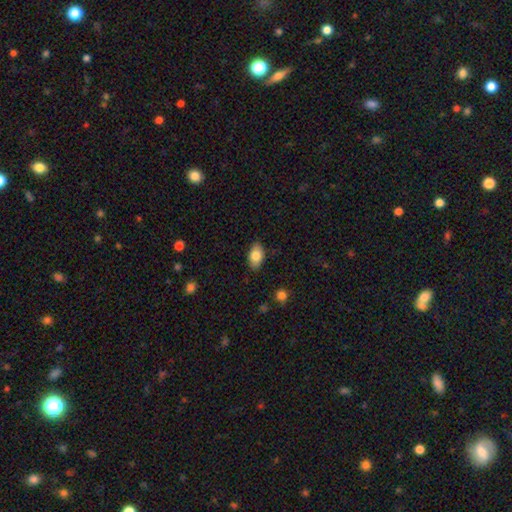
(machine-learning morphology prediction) A smooth galaxy with no disk features (80%) that is in between round and cigar-shaped (91%).

Vote fractions:
- Smooth or featured? smooth: 80% / featured or disk: 13% / star or artifact: 7%
- How rounded? in between: 91% / round: 6% / cigar-shaped: 2%
- Merging? none: 86% / minor disturbance: 11% / major disturbance: 2% / merger: 1%